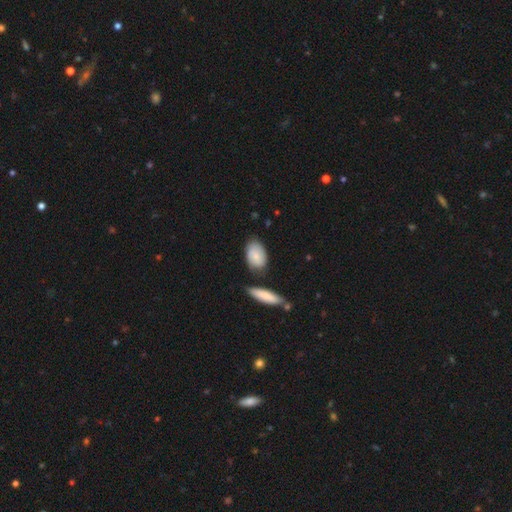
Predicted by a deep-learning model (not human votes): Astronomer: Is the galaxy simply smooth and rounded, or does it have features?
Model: smooth — 78%.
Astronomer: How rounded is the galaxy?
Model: in between — 88%.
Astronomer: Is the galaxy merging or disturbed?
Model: none — 65%.